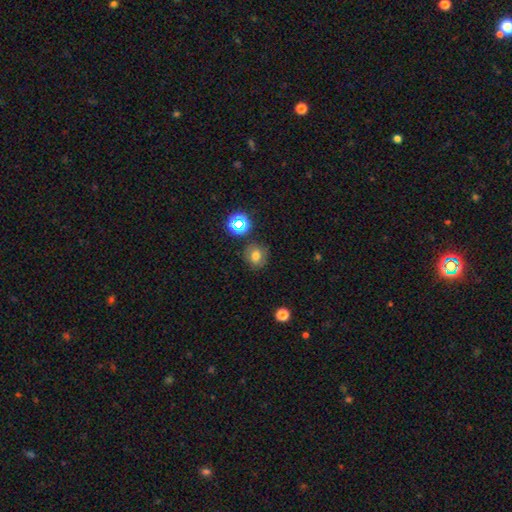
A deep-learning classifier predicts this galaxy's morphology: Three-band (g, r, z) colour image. It shows a smooth galaxy with no disk features (70%) that is round (76%). Merging: none (80%).